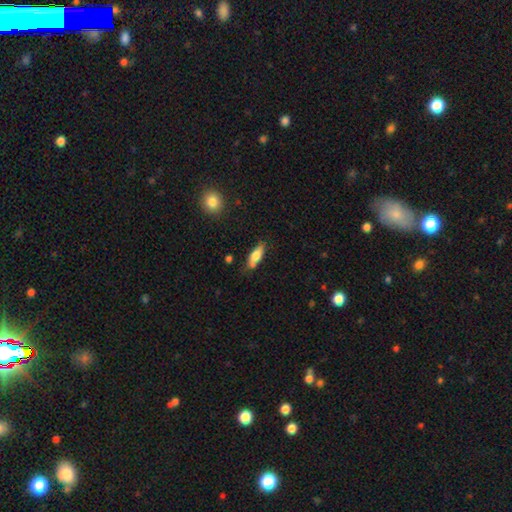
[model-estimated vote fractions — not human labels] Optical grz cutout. It shows a smooth galaxy with no disk features (72%) that is in between round and cigar-shaped (62%). Merging: none (65%).